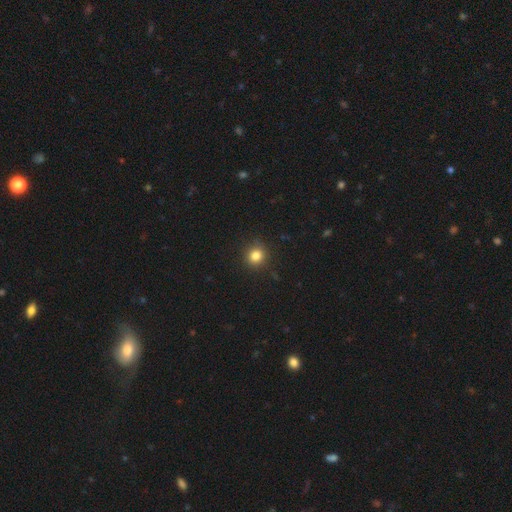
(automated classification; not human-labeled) Smooth or featured? smooth (82%)
How rounded? round (89%)
Merging? none (89%)